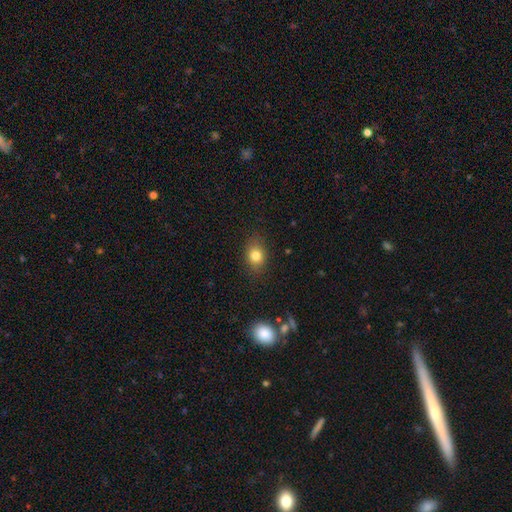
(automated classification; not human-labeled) The model was most divided on "how rounded": in between: 57%, round: 42%, cigar-shaped: 2%. More confident: merging — none (82%); smooth or featured — smooth (80%).